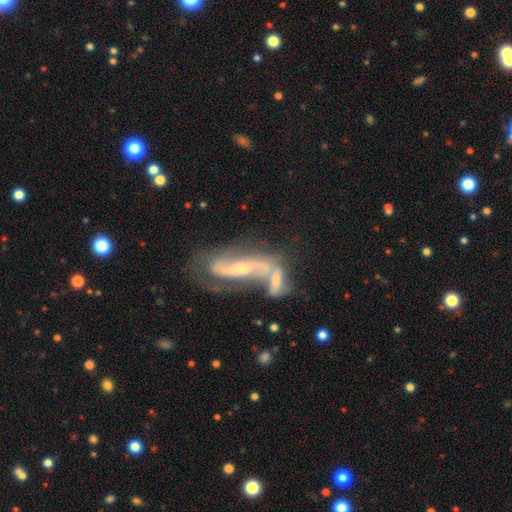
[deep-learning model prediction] This appears to be a featured or disk galaxy (79%) with a weak bar (35%, tied with no), 2 (75%) loose (52%) spiral arms (87%) and a small central bulge (57%). Merging: merger (37%).